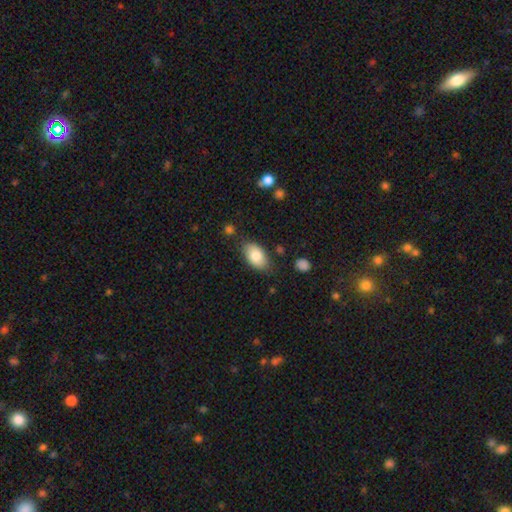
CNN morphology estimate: smooth-or-featured: smooth: 81% | featured or disk: 13% | star or artifact: 7%
  how-rounded: in between: 93% | round: 5% | cigar-shaped: 2%
  merging: none: 78% | minor disturbance: 15% | major disturbance: 4% | merger: 3%